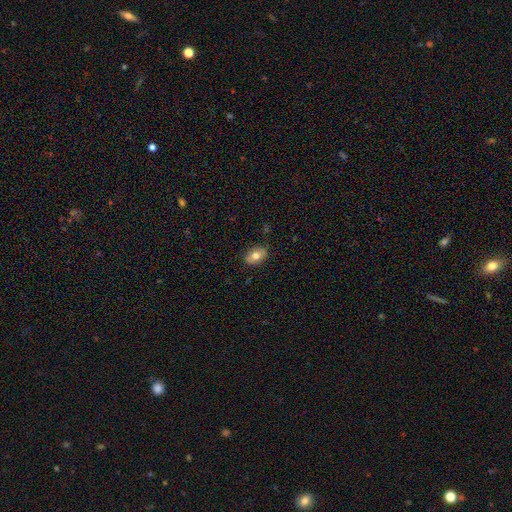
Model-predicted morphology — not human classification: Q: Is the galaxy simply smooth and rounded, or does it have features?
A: smooth — 74%.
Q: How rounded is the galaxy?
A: in between — 82%.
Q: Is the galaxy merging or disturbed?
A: none — 85%.